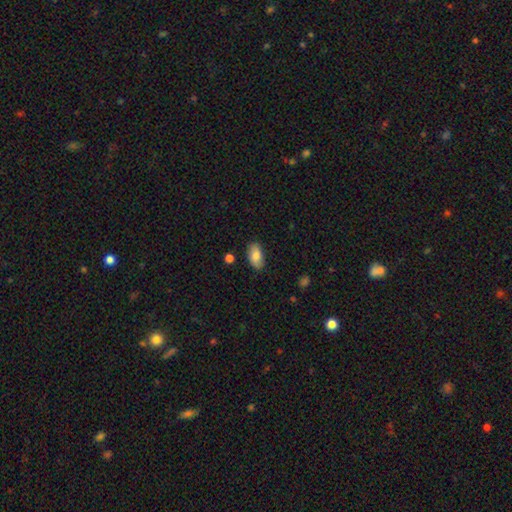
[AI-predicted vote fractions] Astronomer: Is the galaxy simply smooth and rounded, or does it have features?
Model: smooth — 81%.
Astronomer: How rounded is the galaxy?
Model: in between — 94%.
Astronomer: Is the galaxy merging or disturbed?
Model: none — 84%.